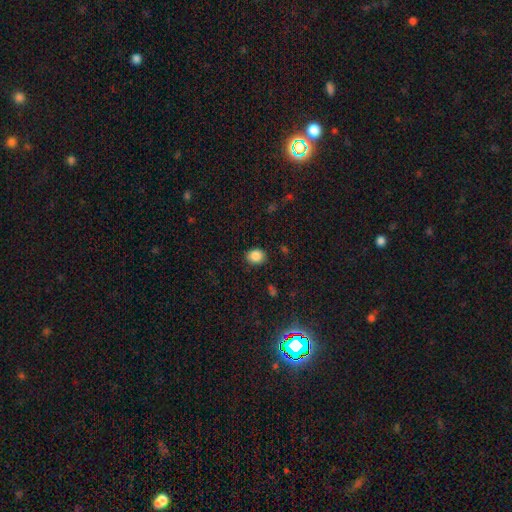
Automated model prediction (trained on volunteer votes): Q: Smooth or featured?
A: smooth (86%); runner-up: star or artifact (10%)
Q: How rounded?
A: round (59%); runner-up: in between (40%)
Q: Merging?
A: none (87%); runner-up: minor disturbance (9%)